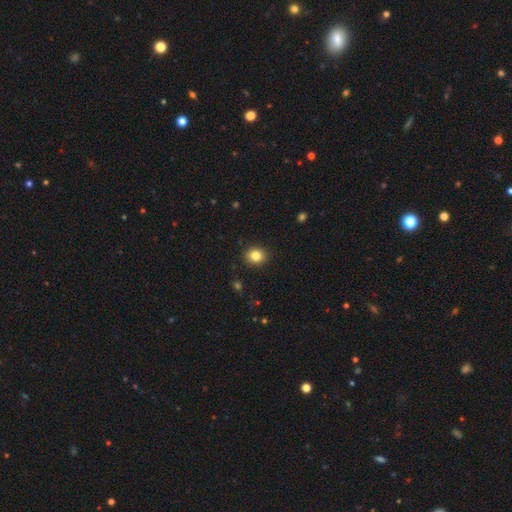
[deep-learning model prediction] Morphology: type=smooth (83%); roundness=round (73%); merging=none (91%).